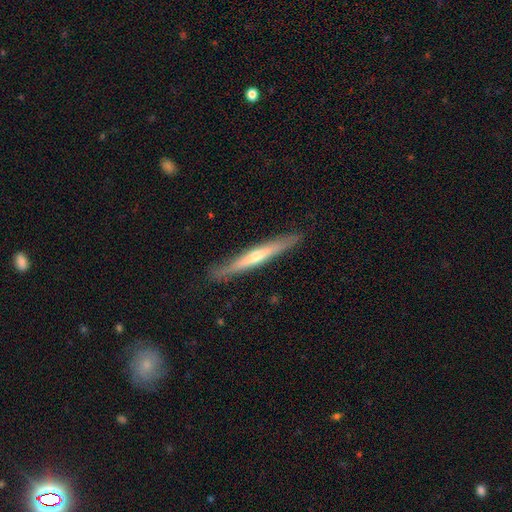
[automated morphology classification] A featured or disk galaxy (65%) viewed edge-on (95%) with a rounded central bulge (70%). Merging: none (88%).